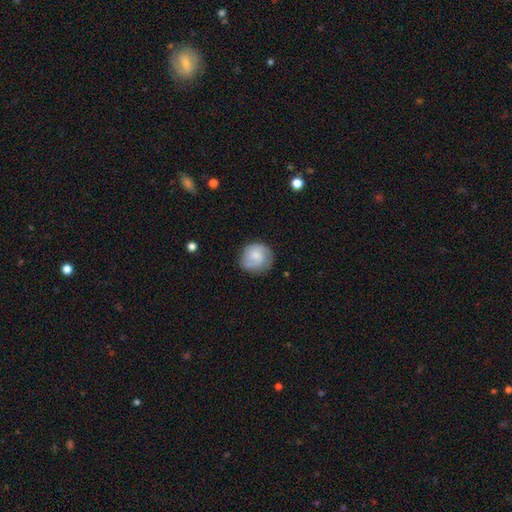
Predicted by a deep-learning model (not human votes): smooth 53%, featured or disk 40%, star or artifact 7%. Down the decision tree: how rounded — round (85%); merging — none (74%).